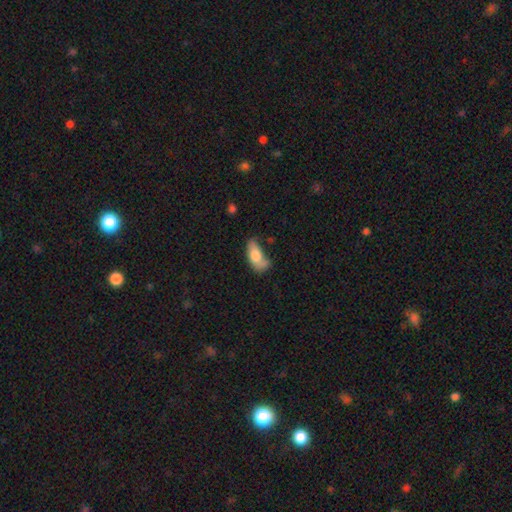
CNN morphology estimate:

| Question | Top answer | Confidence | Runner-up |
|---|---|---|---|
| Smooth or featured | smooth | 71% | featured or disk (22%) |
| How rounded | in between | 87% | cigar-shaped (8%) |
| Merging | none | 34% | minor disturbance (29%) |